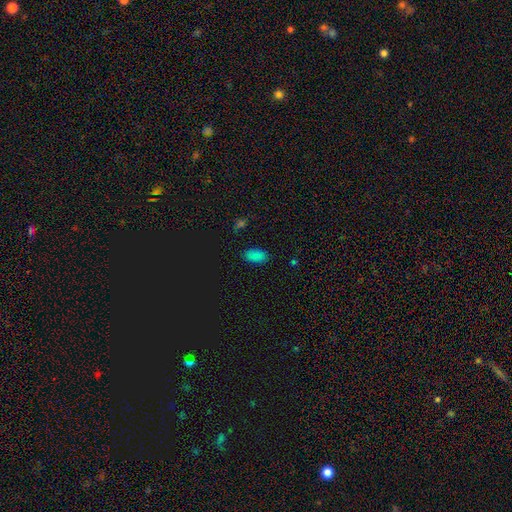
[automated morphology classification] Overall: smooth (79%). How rounded: in between (94%). Merging: none (83%).